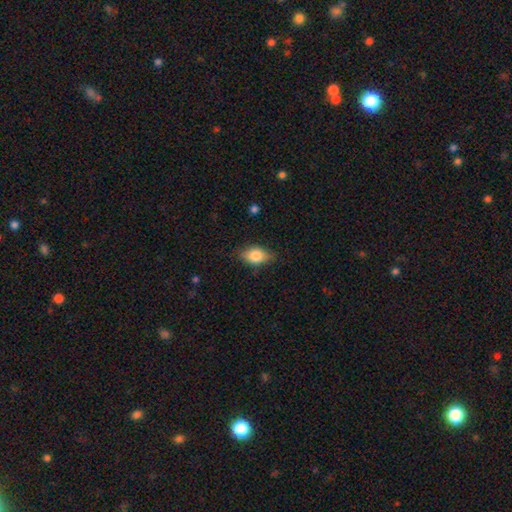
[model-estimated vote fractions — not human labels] A smooth galaxy with no disk features (79%) that is in between round and cigar-shaped (83%). Merging: none (77%).